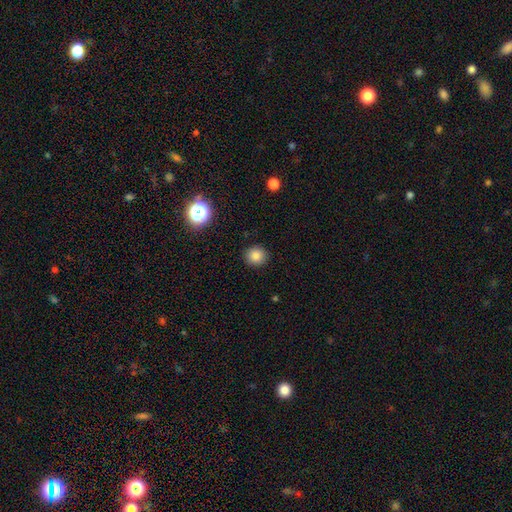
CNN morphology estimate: smooth-or-featured: smooth: 83% | star or artifact: 12% | featured or disk: 5%
  how-rounded: round: 89% | in between: 10% | cigar-shaped: 1%
  merging: none: 91% | minor disturbance: 6% | major disturbance: 2% | merger: 1%